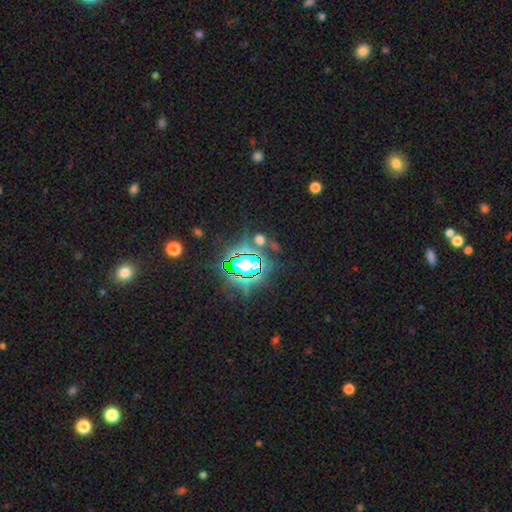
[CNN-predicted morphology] A star or artifact, not a galaxy (84%).

Vote fractions:
- Smooth or featured? star or artifact: 84% / smooth: 10% / featured or disk: 7%